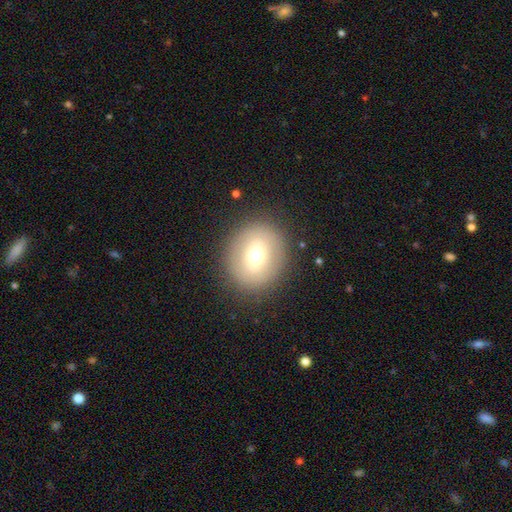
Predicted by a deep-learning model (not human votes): This is likely a smooth galaxy (64%). How rounded: likely round (76%). Merging: clearly none (87%).